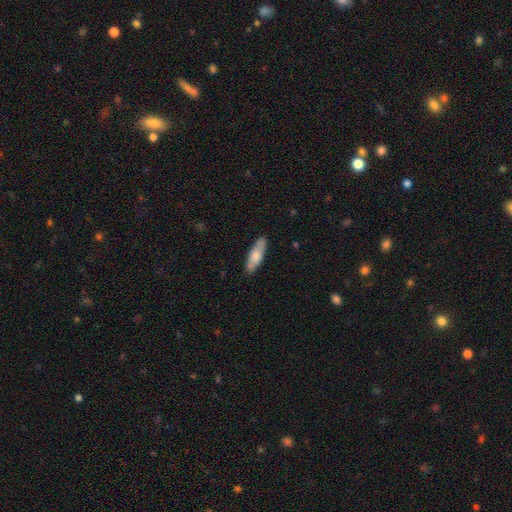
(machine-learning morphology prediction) smooth-or-featured: smooth: 73% | featured or disk: 22% | star or artifact: 5%
  how-rounded: in between: 49% (tied) | cigar-shaped: 49% (tied) | round: 2%
  merging: none: 85% | minor disturbance: 11% | major disturbance: 2% | merger: 1%